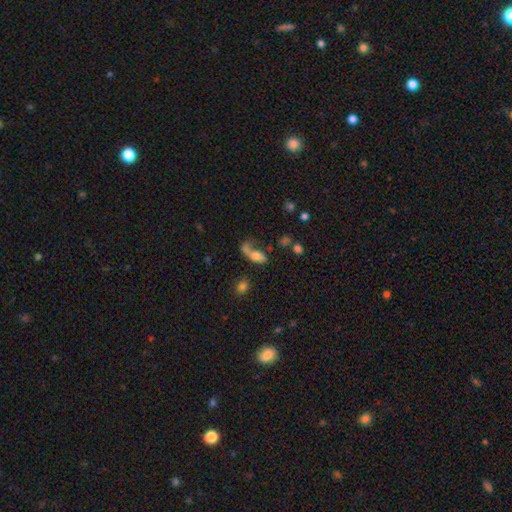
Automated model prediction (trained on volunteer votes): smooth 59%, featured or disk 27%, star or artifact 14%. Down the decision tree: how rounded — in between (79%); merging — merger (32%).